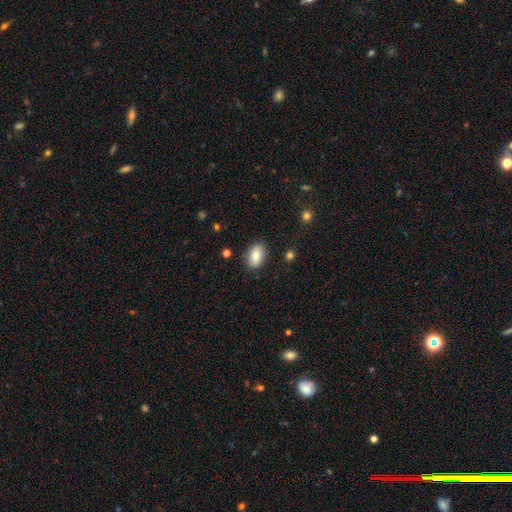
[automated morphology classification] This is likely a smooth galaxy (80%). How rounded: clearly in between (86%). Merging: clearly none (86%).